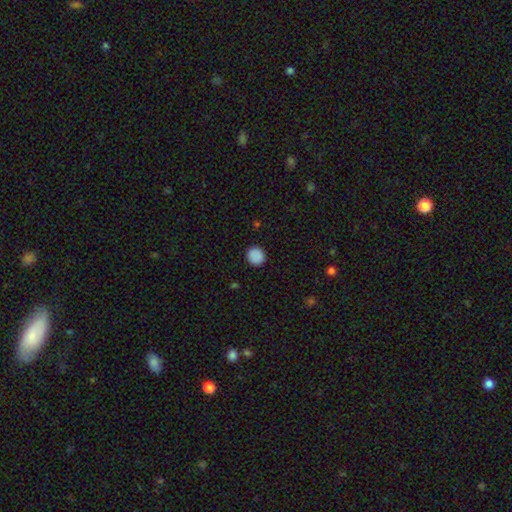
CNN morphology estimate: This is clearly a smooth galaxy (87%). How rounded: clearly round (88%). Merging: clearly none (90%).